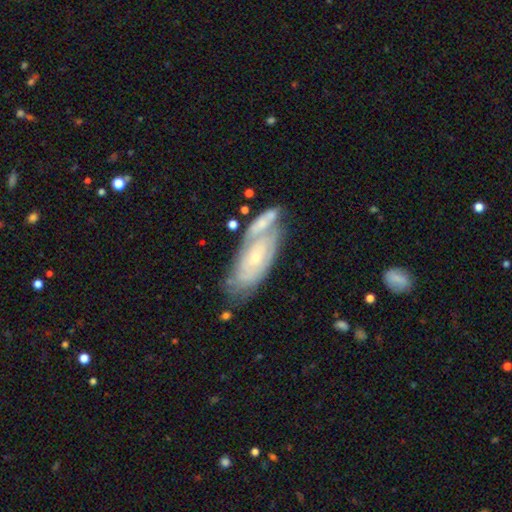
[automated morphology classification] This is likely a featured or disk galaxy (68%). It is clearly not viewed edge-on (87%). Bar: likely no (71%). Spiral arm pattern: likely yes (75%). Central bulge: likely small (72%). Merging: possibly none (52%).